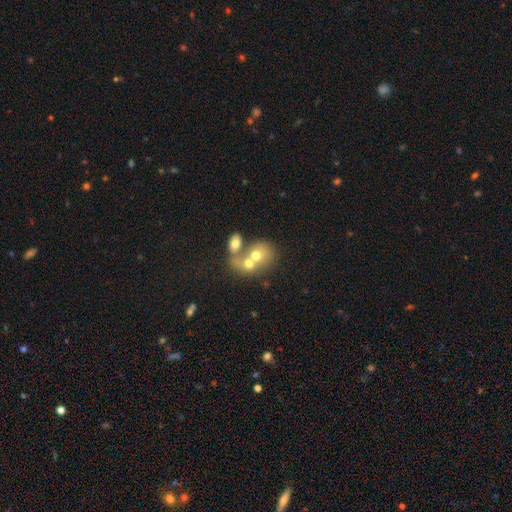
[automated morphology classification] smooth-or-featured: smooth: 61% | featured or disk: 29% | star or artifact: 11%
  how-rounded: round: 54% | in between: 45% | cigar-shaped: 1%
  merging: merger: 69% | none: 20% | minor disturbance: 6% | major disturbance: 5%